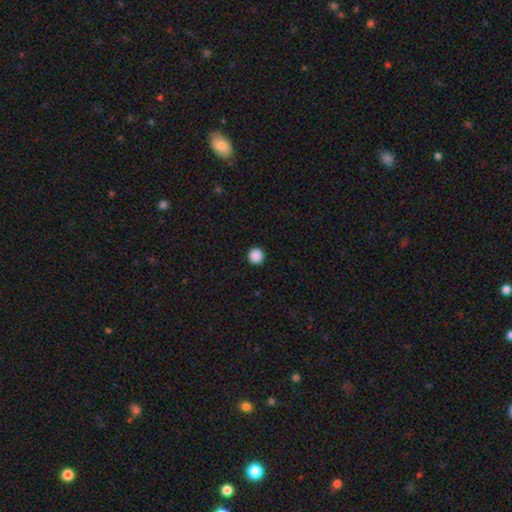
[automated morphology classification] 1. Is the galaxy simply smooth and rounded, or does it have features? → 89% smooth, 9% star or artifact, 2% featured or disk.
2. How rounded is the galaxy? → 96% round, 3% in between, 1% cigar-shaped.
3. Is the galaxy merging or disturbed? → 94% none, 4% minor disturbance, 1% major disturbance, 1% merger.